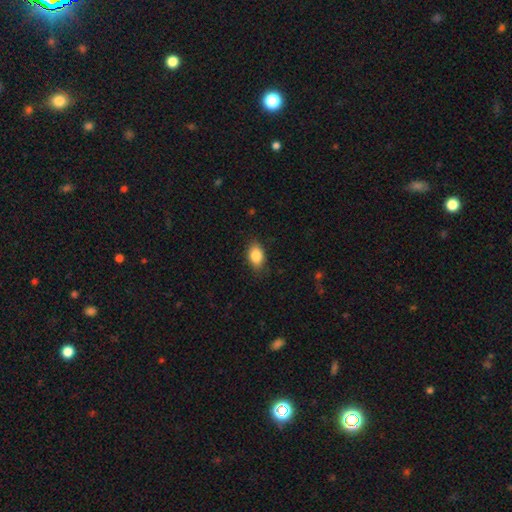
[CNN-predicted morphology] A smooth galaxy with no disk features (85%) that is in between round and cigar-shaped (85%).

Vote fractions:
- Smooth or featured? smooth: 85% / star or artifact: 8% / featured or disk: 7%
- How rounded? in between: 85% / round: 13% / cigar-shaped: 2%
- Merging? none: 83% / minor disturbance: 13% / major disturbance: 3% / merger: 1%